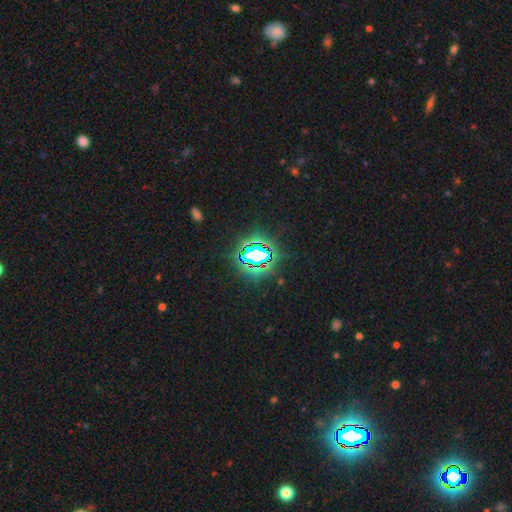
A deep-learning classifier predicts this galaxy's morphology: Smooth or featured?
  - star or artifact: 76% *
  - smooth: 14%
  - featured or disk: 11%